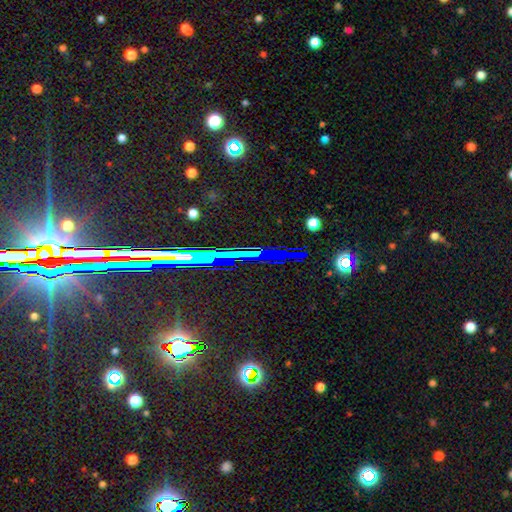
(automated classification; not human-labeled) Morphology: type=star or artifact (77%).